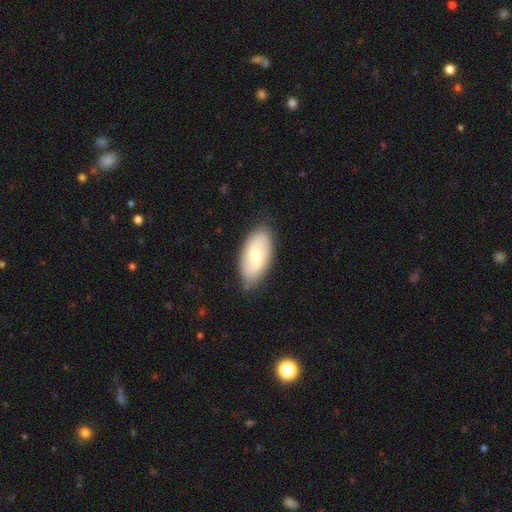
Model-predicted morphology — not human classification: smooth 53%, featured or disk 42%, star or artifact 6%. Down the decision tree: how rounded — in between (92%); merging — none (80%).